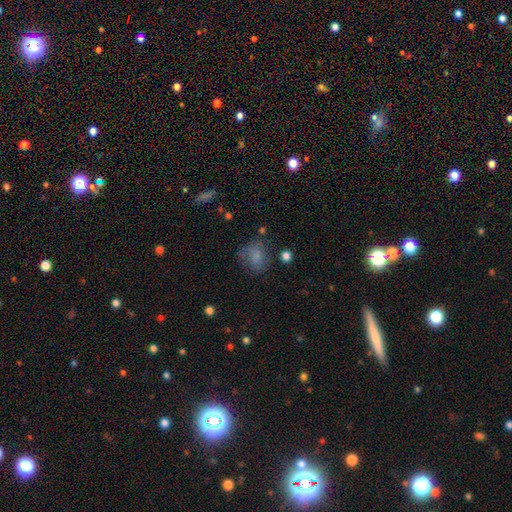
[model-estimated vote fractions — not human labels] A smooth galaxy with no disk features (73%) that is in between round and cigar-shaped (49%, tied with round). Merging: none (58%).